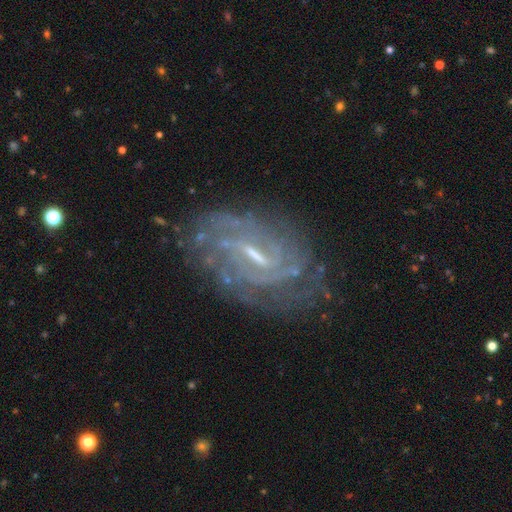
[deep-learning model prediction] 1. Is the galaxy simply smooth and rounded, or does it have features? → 87% featured or disk, 7% star or artifact, 6% smooth.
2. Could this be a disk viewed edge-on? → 95% no, 5% yes.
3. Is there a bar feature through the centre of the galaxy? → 50% weak, 39% strong, 11% no.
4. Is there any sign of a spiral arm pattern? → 92% yes, 8% no.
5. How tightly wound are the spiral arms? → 59% tight, 32% medium, 9% loose.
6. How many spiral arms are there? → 41% can't tell, 25% 2, 13% 3, 11% 4, 6% more than 4, 5% 1.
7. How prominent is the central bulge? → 49% small, 34% moderate, 14% none, 2% large, 1% dominant.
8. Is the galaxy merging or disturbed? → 70% none, 18% minor disturbance, 10% major disturbance, 2% merger.